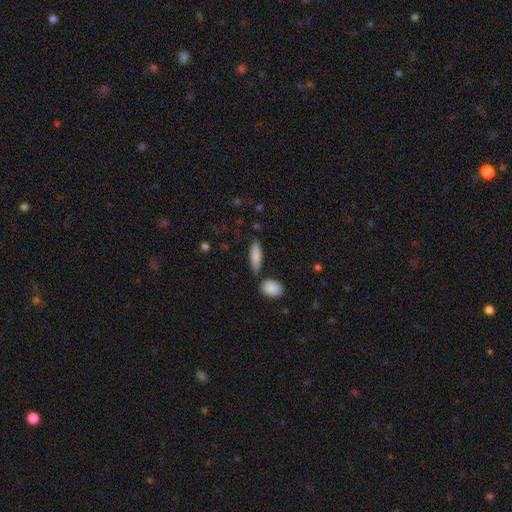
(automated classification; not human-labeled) A smooth galaxy with no disk features (84%) that is cigar-shaped (50%).

Vote fractions:
- Smooth or featured? smooth: 84% / featured or disk: 10% / star or artifact: 6%
- How rounded? cigar-shaped: 50% / in between: 48% / round: 3%
- Merging? none: 74% / minor disturbance: 14% / merger: 9% / major disturbance: 4%